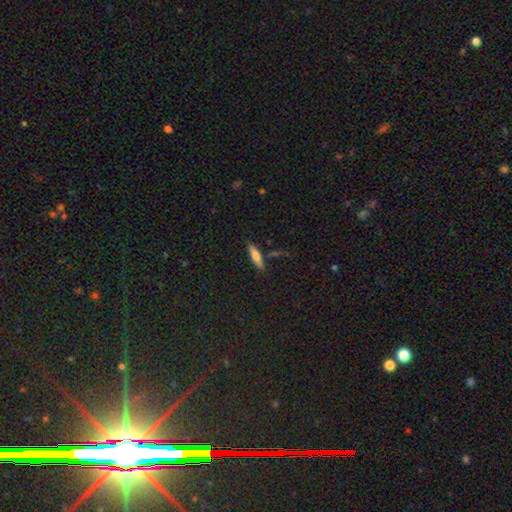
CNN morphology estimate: Smooth or featured: smooth — 63% (featured or disk — 29%)
How rounded: cigar-shaped — 67% (in between — 31%)
Merging: none — 80% (minor disturbance — 12%)